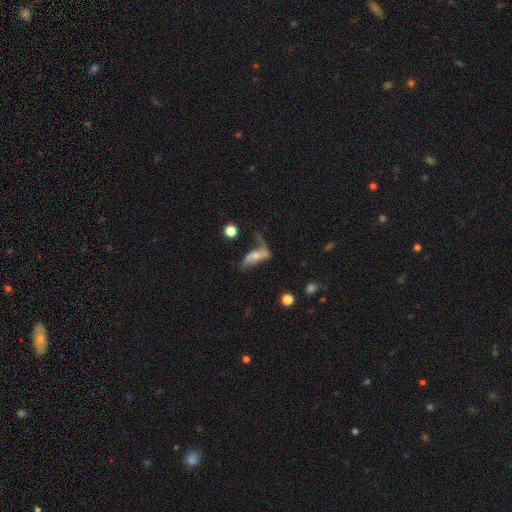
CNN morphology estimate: A featured or disk galaxy (58%).

Vote fractions:
- Smooth or featured? featured or disk: 58% / smooth: 32% / star or artifact: 10%
- Edge-on disk? no: 85% / yes: 15%
- Merging? major disturbance: 40% / none: 27% / minor disturbance: 21% / merger: 12%